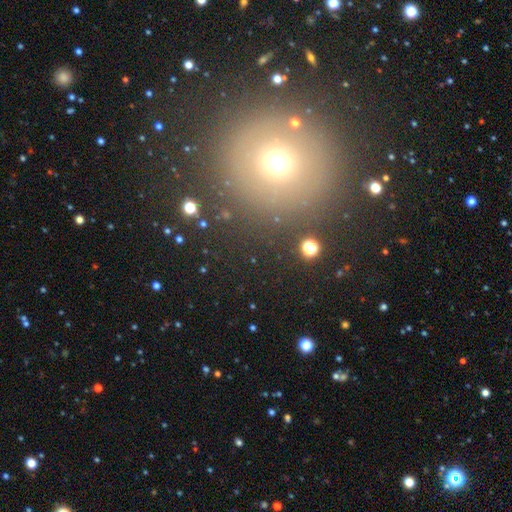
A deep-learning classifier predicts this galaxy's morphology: Smooth or featured: smooth — 55% (star or artifact — 33%)
How rounded: round — 92% (in between — 7%)
Merging: none — 87% (minor disturbance — 7%)